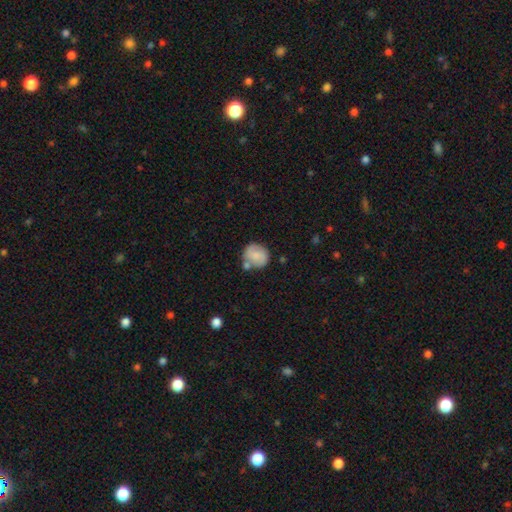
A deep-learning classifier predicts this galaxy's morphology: Smooth or featured? Predicted: smooth (p=0.70). How rounded? Predicted: round (p=0.84). Merging? Predicted: none (p=0.62).